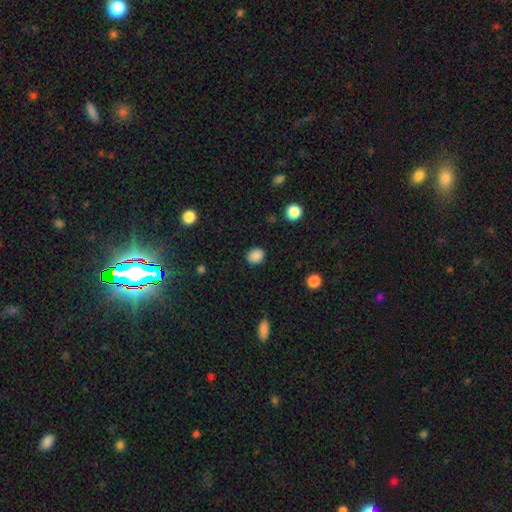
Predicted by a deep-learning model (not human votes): This is clearly a smooth galaxy (87%). How rounded: likely round (71%). Merging: clearly none (87%).